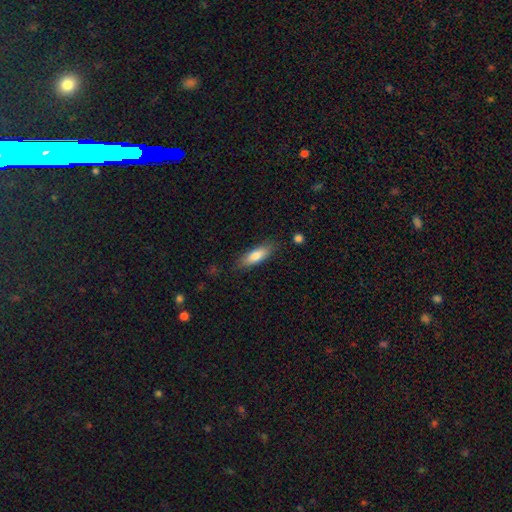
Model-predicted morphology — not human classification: This is likely a smooth galaxy (78%). How rounded: possibly in between (59%). Merging: clearly none (82%).